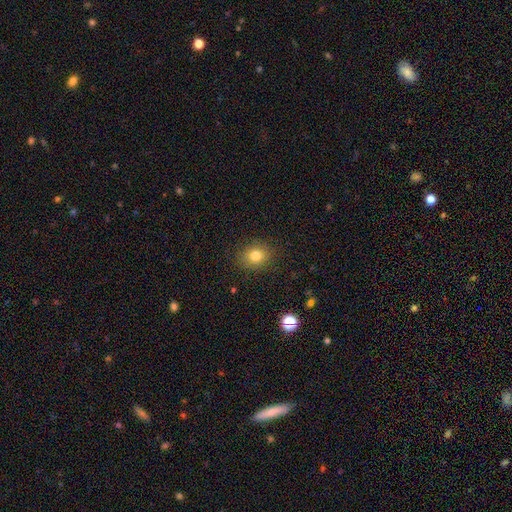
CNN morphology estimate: The model was most divided on "how rounded": round: 66%, in between: 33%, cigar-shaped: 1%. More confident: merging — none (88%); smooth or featured — smooth (80%).